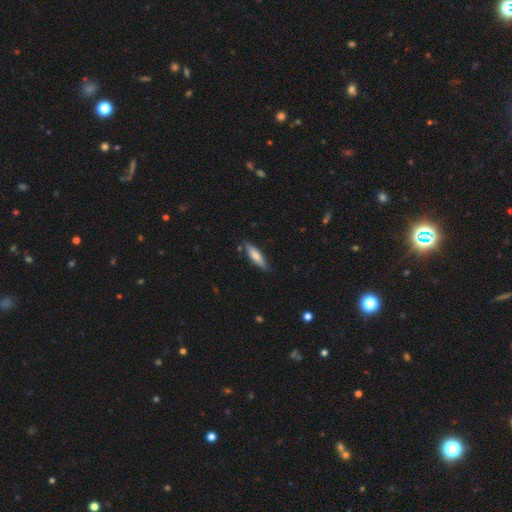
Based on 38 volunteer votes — smooth 74%, featured or disk 18%, star or artifact 8%. Down the decision tree: how rounded — cigar-shaped (64%); merging — none (83%).